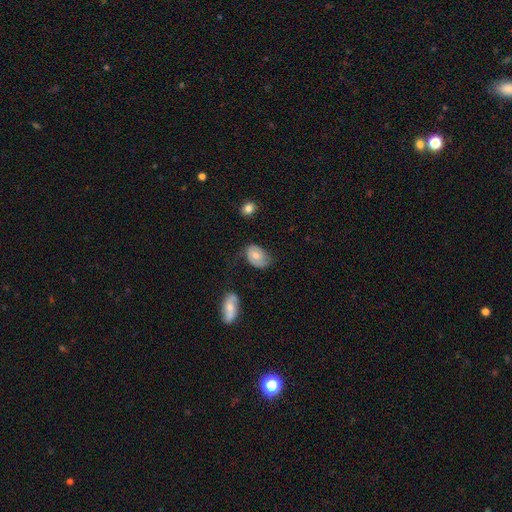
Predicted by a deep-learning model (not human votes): smooth 55%, featured or disk 38%, star or artifact 7%. Down the decision tree: how rounded — in between (82%); merging — none (50%).